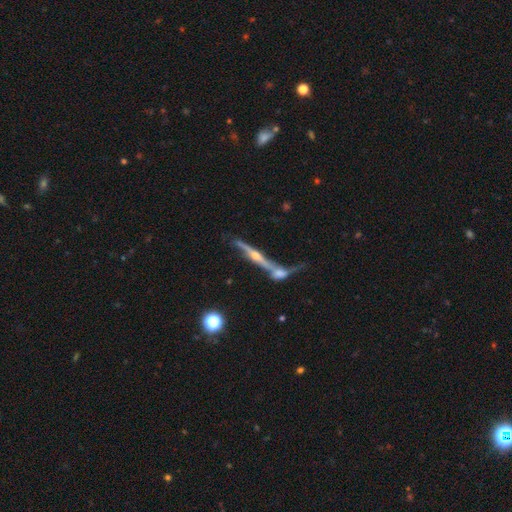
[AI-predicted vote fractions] The model was most divided on "merging": none: 48%, merger: 33%, minor disturbance: 12%, major disturbance: 7%. More confident: edge-on disk — yes (91%); edge-on bulge — rounded (87%); smooth or featured — featured or disk (74%).